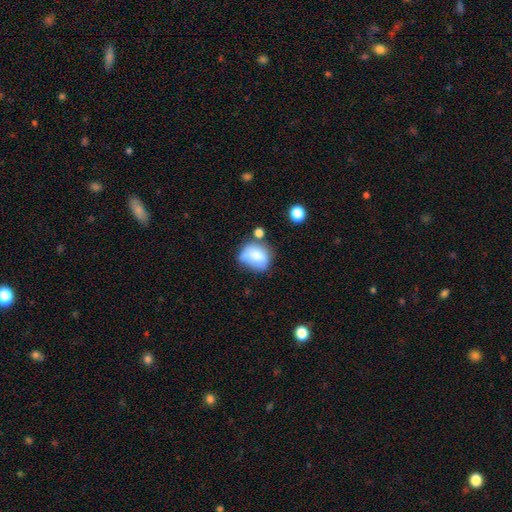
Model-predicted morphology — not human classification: Overall: smooth (76%). How rounded: in between (50%; round 49%). Merging: none (40%; minor disturbance 30%).